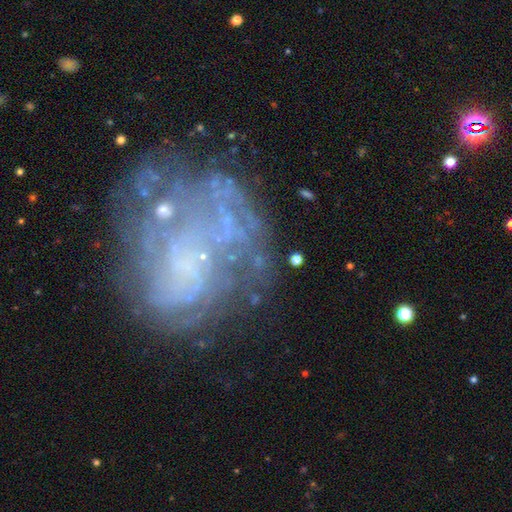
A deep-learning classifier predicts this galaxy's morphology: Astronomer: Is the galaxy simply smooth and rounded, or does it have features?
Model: featured or disk — 68%.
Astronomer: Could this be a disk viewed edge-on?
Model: no — 98%.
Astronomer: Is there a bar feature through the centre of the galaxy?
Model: no — 83%.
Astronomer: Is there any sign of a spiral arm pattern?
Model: no — 51% (runner-up: yes, 49%).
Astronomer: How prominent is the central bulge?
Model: none — 68%.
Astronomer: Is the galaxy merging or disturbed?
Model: none — 48% (runner-up: major disturbance, 27%).